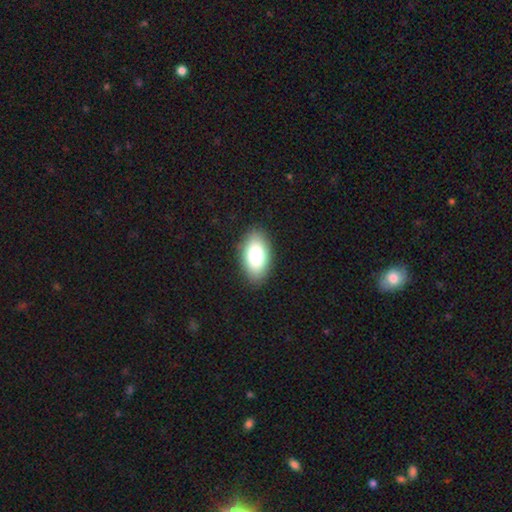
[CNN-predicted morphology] Smooth or featured? smooth (82%)
How rounded? in between (94%)
Merging? none (88%)